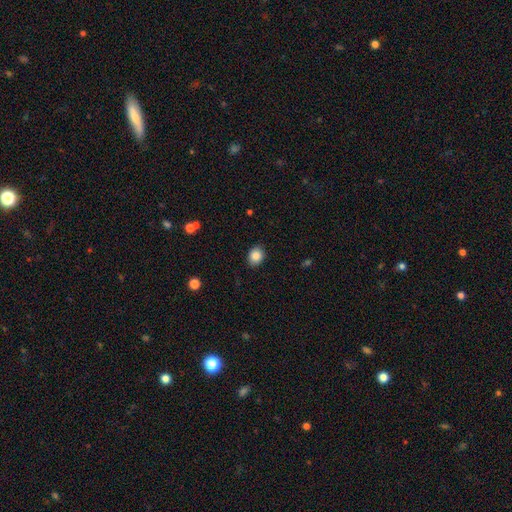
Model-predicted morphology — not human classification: A smooth galaxy with no disk features (86%) that is round (53%).

Vote fractions:
- Smooth or featured? smooth: 86% / star or artifact: 9% / featured or disk: 5%
- How rounded? round: 53% / in between: 46% / cigar-shaped: 1%
- Merging? none: 88% / minor disturbance: 9% / major disturbance: 2% / merger: 1%